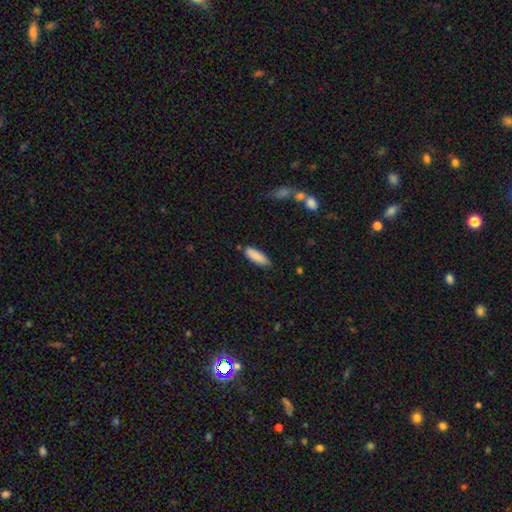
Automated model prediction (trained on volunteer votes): Morphology: type=smooth (88%); roundness=in between (55%); merging=none (79%).